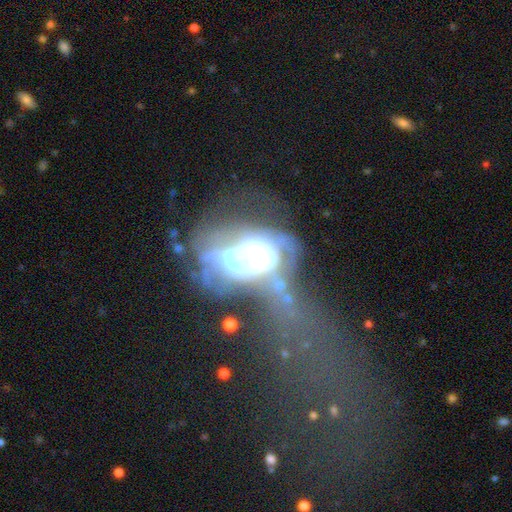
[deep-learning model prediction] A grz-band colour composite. It shows a featured or disk galaxy (68%) with no bar (67%), no spiral arms (52%) and a large central bulge (40%). Merging: major disturbance (49%).